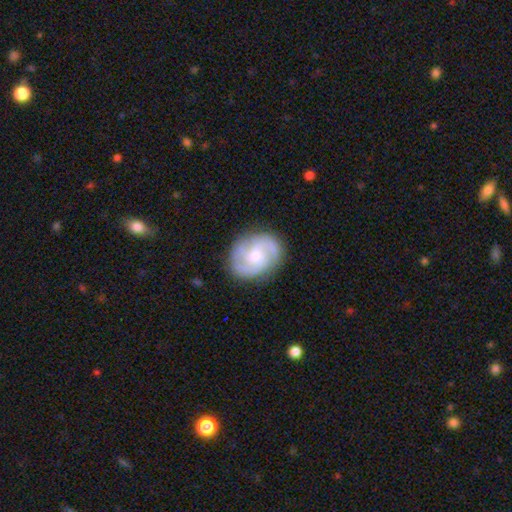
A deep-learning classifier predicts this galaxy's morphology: smooth-or-featured: featured or disk: 82% | smooth: 13% | star or artifact: 5%
  disk-edge-on: no: 98% | yes: 2%
    bar: no: 58% | weak: 36% | strong: 6%
    has-spiral-arms: yes: 96% | no: 4%
      spiral-winding: medium: 47% | tight: 42% | loose: 11%
      spiral-arm-count: 2: 41% | 3: 36% | can't tell: 12% | 4: 5% | 1: 4% | more than 4: 3%
    bulge-size: moderate: 46% | small: 43% | large: 6% | none: 4% | dominant: 1%
  merging: none: 81% | minor disturbance: 13% | major disturbance: 5% | merger: 1%